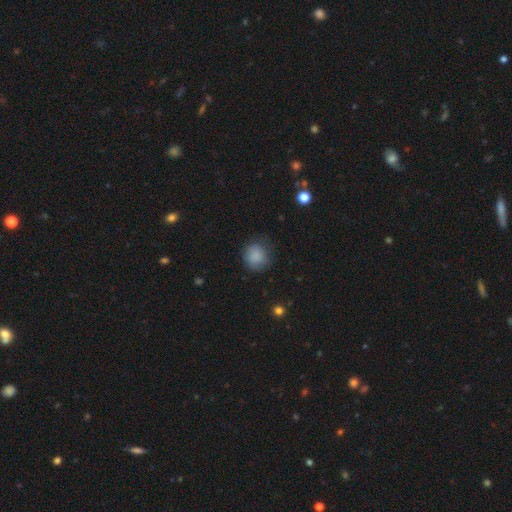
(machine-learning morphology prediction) smooth 86%, star or artifact 9%, featured or disk 6%. Down the decision tree: how rounded — round (83%); merging — none (77%).